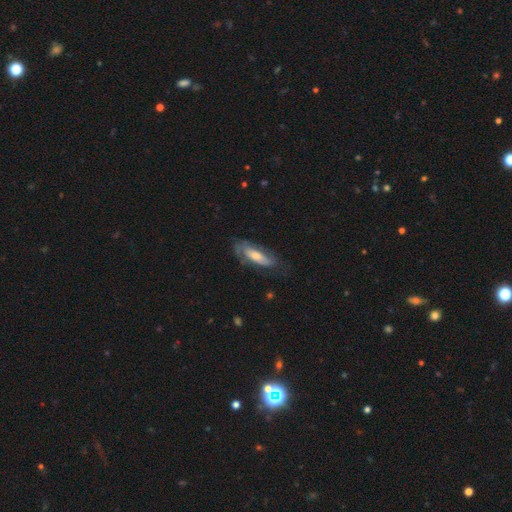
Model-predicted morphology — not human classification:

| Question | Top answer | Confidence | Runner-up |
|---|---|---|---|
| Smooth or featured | featured or disk | 54% | smooth (39%) |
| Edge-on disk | no | 75% | yes (25%) |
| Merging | none | 63% | minor disturbance (24%) |